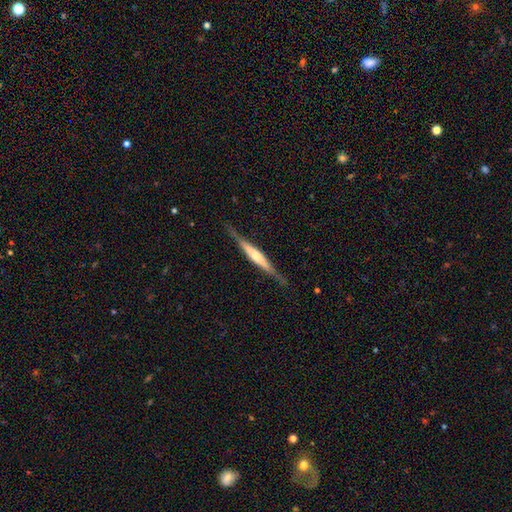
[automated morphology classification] smooth-or-featured: featured or disk: 68% | smooth: 26% | star or artifact: 5%
  disk-edge-on: yes: 96% | no: 4%
    edge-on-bulge: rounded: 64% | none: 18% | boxy: 17%
  merging: none: 81% | minor disturbance: 14% | major disturbance: 3% | merger: 1%